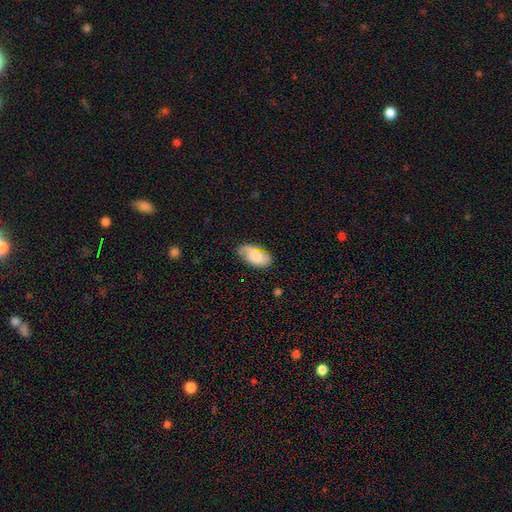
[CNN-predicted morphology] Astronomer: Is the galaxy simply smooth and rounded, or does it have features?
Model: smooth — 69%.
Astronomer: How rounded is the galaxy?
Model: in between — 94%.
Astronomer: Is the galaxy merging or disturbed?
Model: none — 64%.